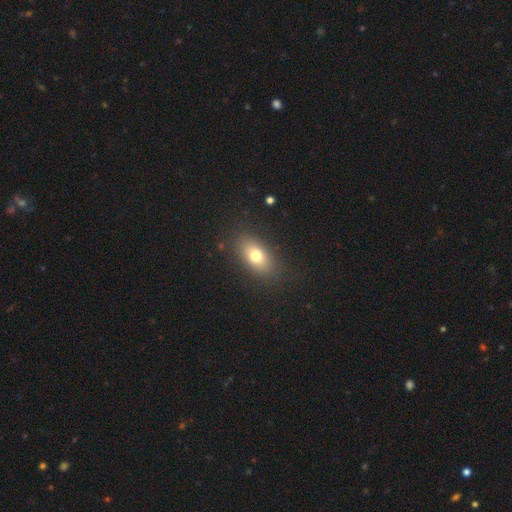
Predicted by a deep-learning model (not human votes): Smooth or featured: smooth — 74% (featured or disk — 16%)
How rounded: in between — 84% (round — 11%)
Merging: none — 84% (minor disturbance — 10%)